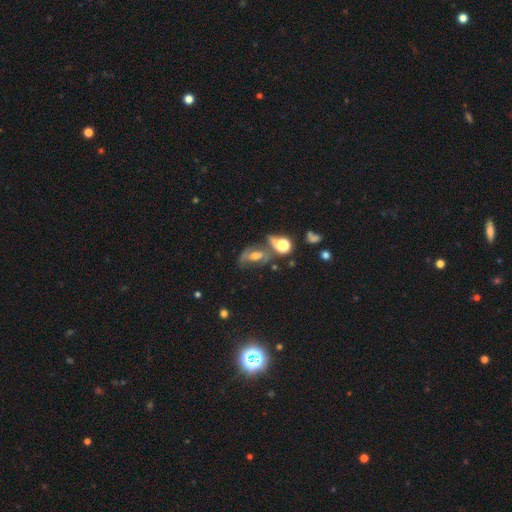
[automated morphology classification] Smooth or featured? Predicted: featured or disk (p=0.54). Edge-on disk? Predicted: no (p=0.89). Merging? Predicted: none (p=0.42).